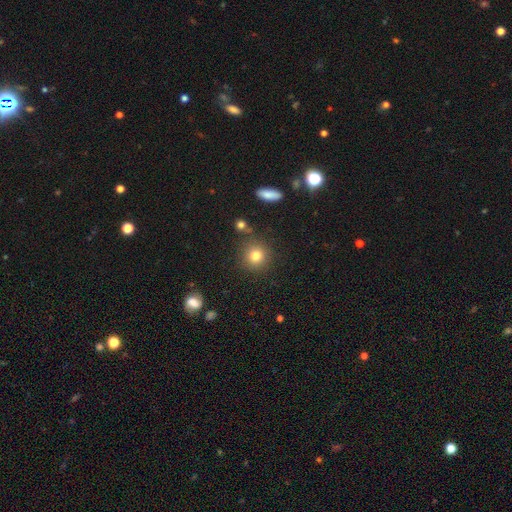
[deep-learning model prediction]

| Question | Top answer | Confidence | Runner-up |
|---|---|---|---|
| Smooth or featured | smooth | 80% | star or artifact (13%) |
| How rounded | round | 91% | in between (8%) |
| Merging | none | 85% | minor disturbance (8%) |